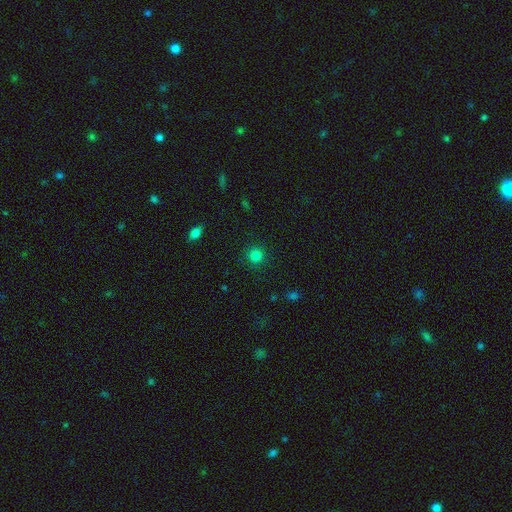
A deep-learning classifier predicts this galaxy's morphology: type=smooth (82%); roundness=round (94%); merging=none (90%).